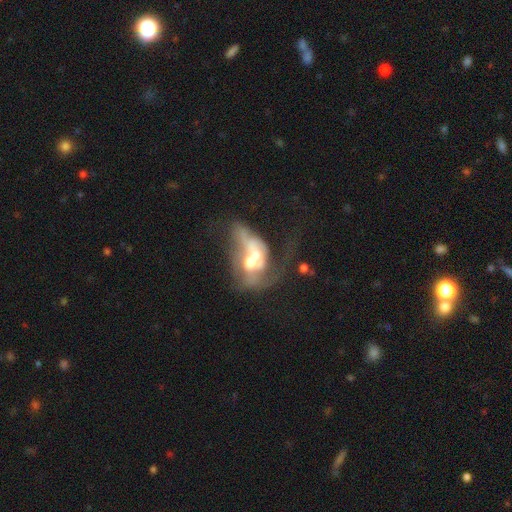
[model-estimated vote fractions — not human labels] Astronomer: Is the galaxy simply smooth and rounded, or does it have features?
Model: featured or disk — 58%.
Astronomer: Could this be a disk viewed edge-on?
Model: no — 93%.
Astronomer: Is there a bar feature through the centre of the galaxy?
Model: no — 77%.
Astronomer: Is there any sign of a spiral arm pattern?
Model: no — 75%.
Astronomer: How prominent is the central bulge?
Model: moderate — 54%.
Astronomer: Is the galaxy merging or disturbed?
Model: merger — 63%.